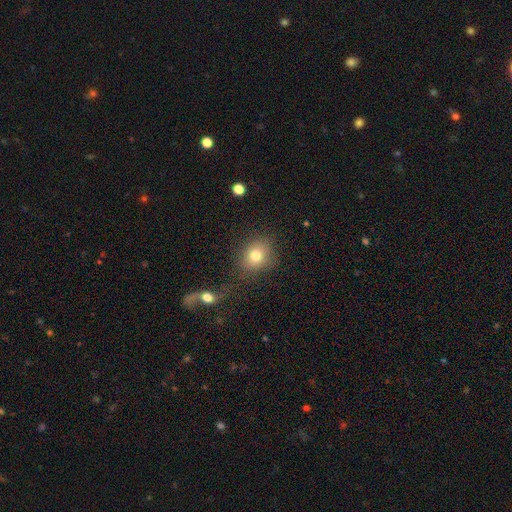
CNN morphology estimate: The model was most divided on "how rounded": round: 67%, in between: 31%, cigar-shaped: 1%. More confident: smooth or featured — smooth (78%); merging — none (71%).